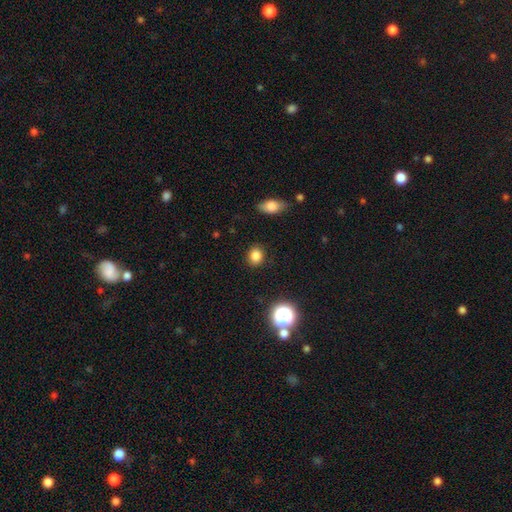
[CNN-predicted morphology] Smooth or featured? Predicted: smooth (p=0.83). How rounded? Predicted: round (p=0.65). Merging? Predicted: none (p=0.88).